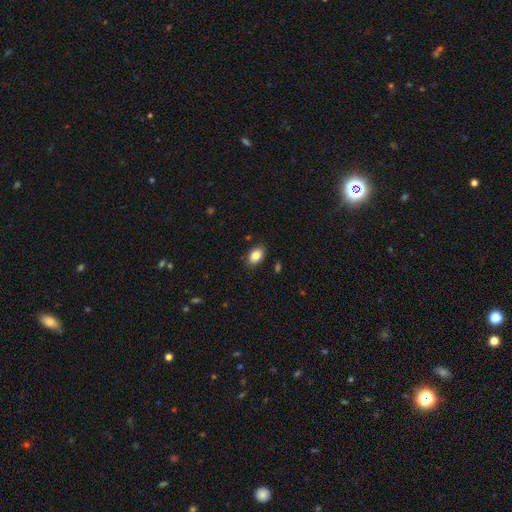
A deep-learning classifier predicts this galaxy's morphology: smooth-or-featured: smooth: 85% | star or artifact: 8% | featured or disk: 7%
  how-rounded: in between: 88% | round: 11% | cigar-shaped: 1%
  merging: none: 86% | minor disturbance: 10% | major disturbance: 2% | merger: 1%